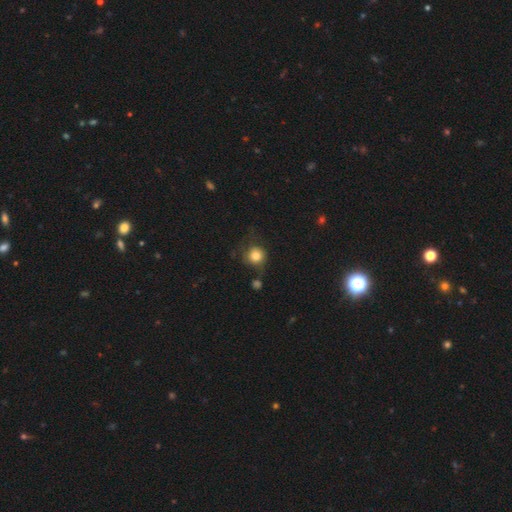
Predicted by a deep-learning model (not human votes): smooth-or-featured: smooth: 80% | star or artifact: 10% | featured or disk: 9%
  how-rounded: round: 91% | in between: 8% | cigar-shaped: 1%
  merging: none: 63% | minor disturbance: 20% | major disturbance: 11% | merger: 6%